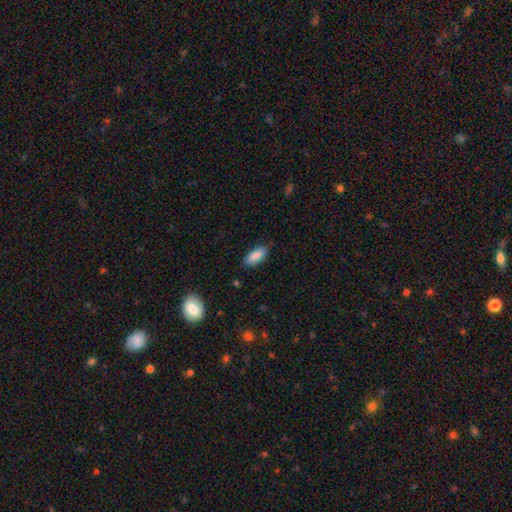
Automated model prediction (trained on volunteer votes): Smooth or featured: smooth — 87% (star or artifact — 7%)
How rounded: in between — 81% (cigar-shaped — 18%)
Merging: none — 83% (minor disturbance — 13%)